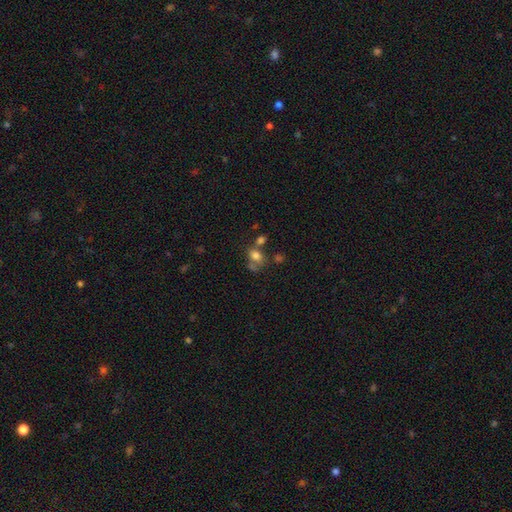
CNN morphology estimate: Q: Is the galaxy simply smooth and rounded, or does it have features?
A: smooth — 74%.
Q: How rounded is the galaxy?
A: in between — 53%.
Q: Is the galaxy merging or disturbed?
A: none — 42%.